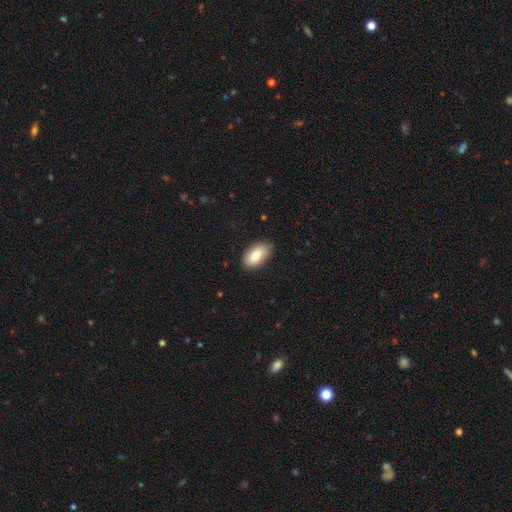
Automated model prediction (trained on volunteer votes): smooth_or_featured: smooth (p=0.79) [alt: featured or disk p=0.14]
how_rounded: in between (p=0.94) [alt: round p=0.04]
merging: none (p=0.80) [alt: minor disturbance p=0.16]